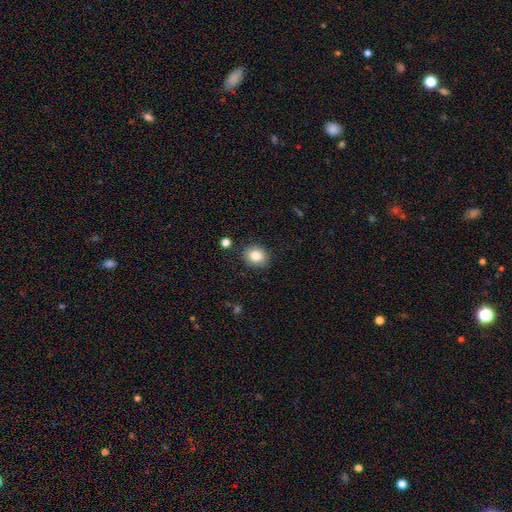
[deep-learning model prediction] A smooth galaxy with no disk features (84%) that is round (59%).

Vote fractions:
- Smooth or featured? smooth: 84% / star or artifact: 9% / featured or disk: 7%
- How rounded? round: 59% / in between: 41% / cigar-shaped: 1%
- Merging? none: 86% / minor disturbance: 9% / major disturbance: 2% / merger: 2%